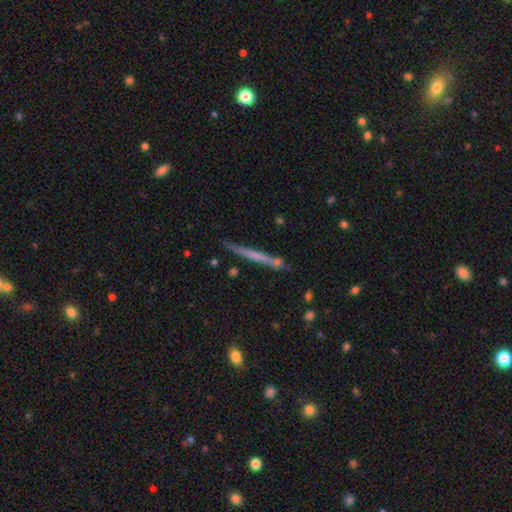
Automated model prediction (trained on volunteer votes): Q: Smooth or featured?
A: featured or disk (47%); runner-up: smooth (46%)
Q: Merging?
A: none (81%); runner-up: minor disturbance (12%)